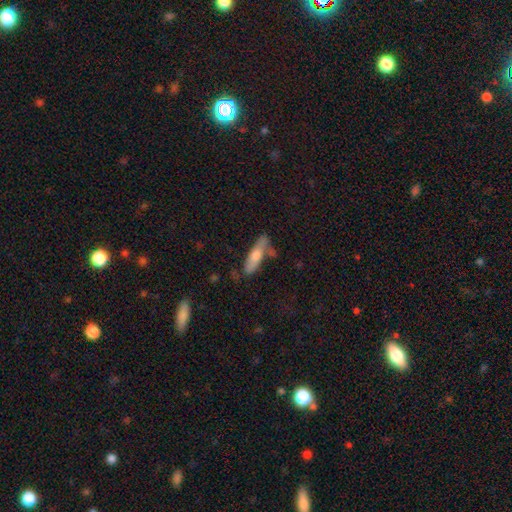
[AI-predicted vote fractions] smooth_or_featured: smooth (p=0.61) [alt: featured or disk p=0.32]
how_rounded: cigar-shaped (p=0.62) [alt: in between p=0.36]
merging: none (p=0.58) [alt: minor disturbance p=0.24]